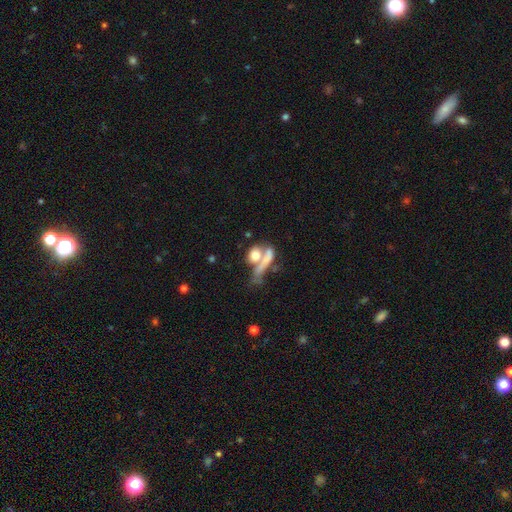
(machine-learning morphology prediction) Smooth or featured?
  - smooth: 65% *
  - featured or disk: 25%
  - star or artifact: 10%
How rounded?
  - in between: 43% *
  - round: 33%
  - cigar-shaped: 24%
Merging?
  - merger: 49% *
  - none: 28%
  - major disturbance: 13%
  - minor disturbance: 10%